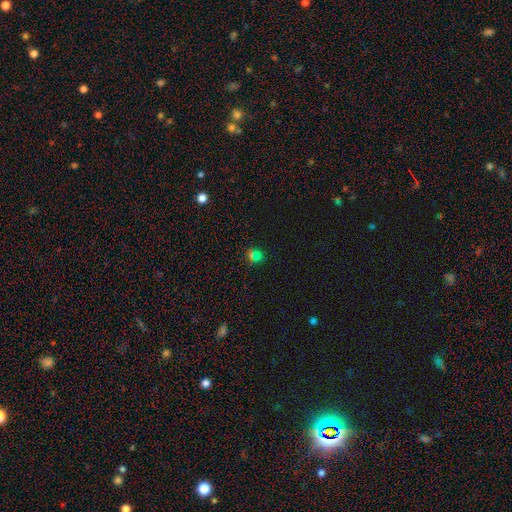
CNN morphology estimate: This appears to be a smooth galaxy with no disk features (56%) that is round (77%). Merging: none (67%).